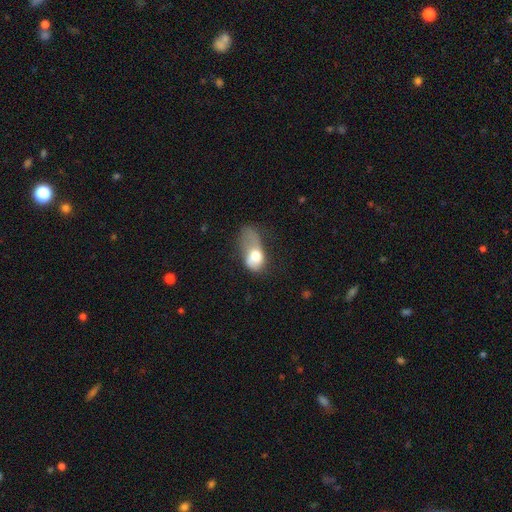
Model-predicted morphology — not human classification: Smooth or featured?
  - smooth: 68% *
  - featured or disk: 24%
  - star or artifact: 8%
How rounded?
  - in between: 80% *
  - round: 17%
  - cigar-shaped: 3%
Merging?
  - major disturbance: 61% *
  - minor disturbance: 21%
  - none: 11%
  - merger: 8%